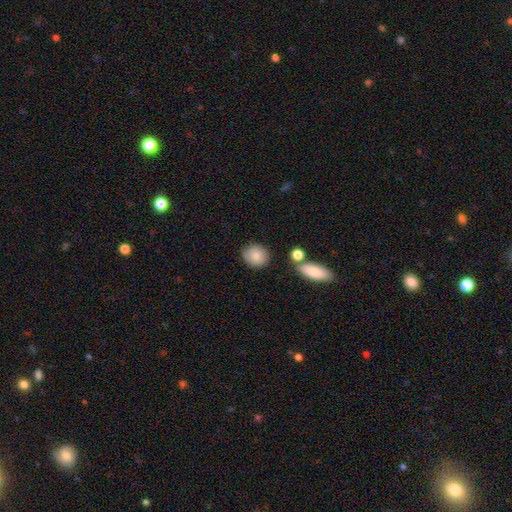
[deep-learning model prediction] A smooth galaxy with no disk features (85%) that is round (75%). Merging: none (81%).